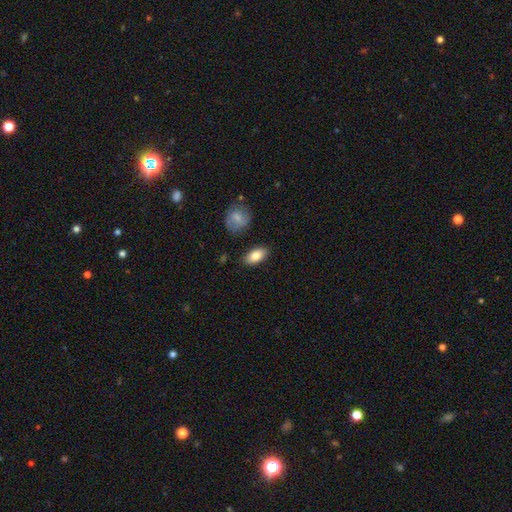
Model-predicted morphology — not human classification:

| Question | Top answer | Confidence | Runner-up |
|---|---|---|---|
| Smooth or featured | smooth | 82% | featured or disk (11%) |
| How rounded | in between | 91% | cigar-shaped (4%) |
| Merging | none | 85% | minor disturbance (11%) |